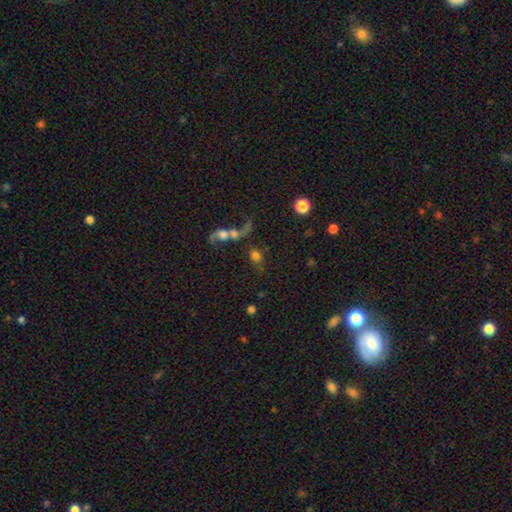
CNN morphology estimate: This is likely a smooth galaxy (63%). How rounded: possibly round (51%). Merging: possibly merger (49%).